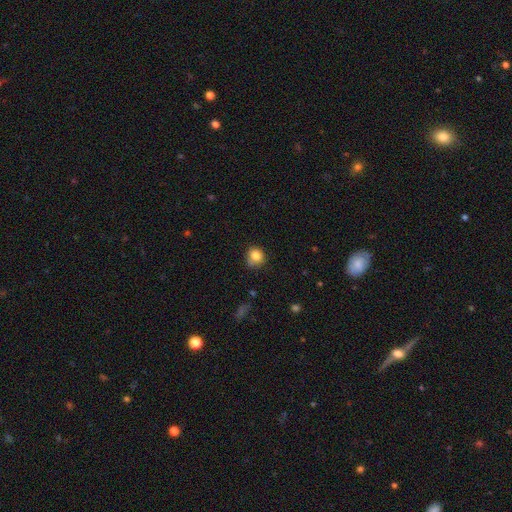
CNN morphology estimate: Smooth or featured?
  - smooth: 82% *
  - star or artifact: 11%
  - featured or disk: 7%
How rounded?
  - round: 81% *
  - in between: 18%
  - cigar-shaped: 1%
Merging?
  - none: 70% *
  - minor disturbance: 23%
  - major disturbance: 5%
  - merger: 3%